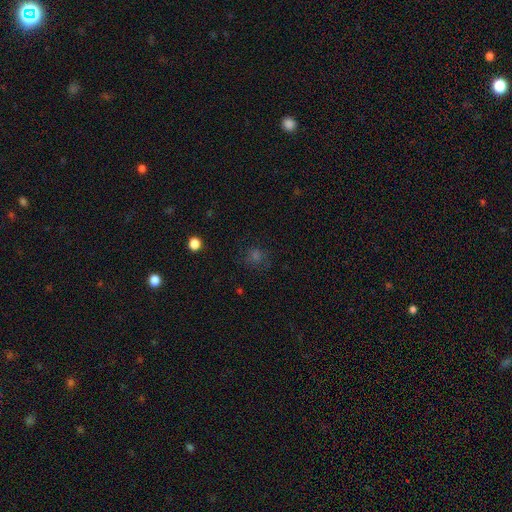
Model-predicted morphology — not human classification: Overall: smooth (52%; star or artifact 35%). How rounded: round (86%). Merging: none (79%).